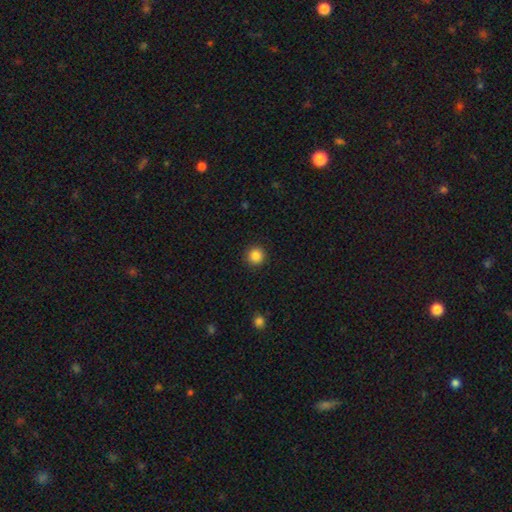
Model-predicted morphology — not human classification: Smooth or featured? Predicted: smooth (p=0.86). How rounded? Predicted: round (p=0.95). Merging? Predicted: none (p=0.93).